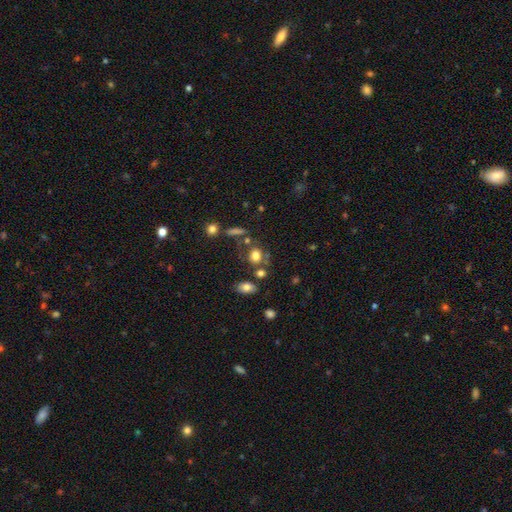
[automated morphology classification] smooth_or_featured: smooth (p=0.73) [alt: featured or disk p=0.14]
how_rounded: in between (p=0.49) [tied with: round p=0.49]
merging: none (p=0.59) [alt: merger p=0.17]